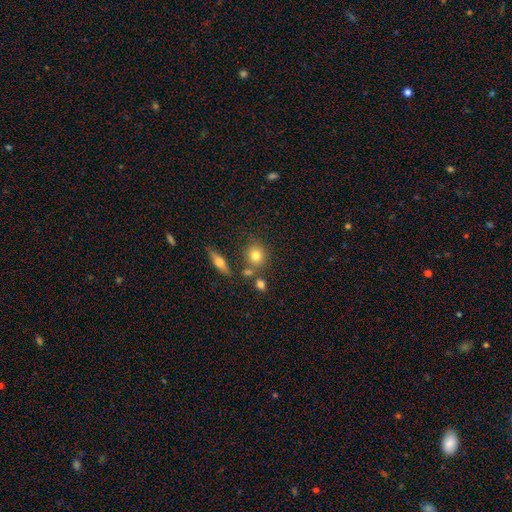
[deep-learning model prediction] The model was most divided on "merging": none: 68%, merger: 16%, minor disturbance: 11%, major disturbance: 4%. More confident: how rounded — round (80%); smooth or featured — smooth (76%).